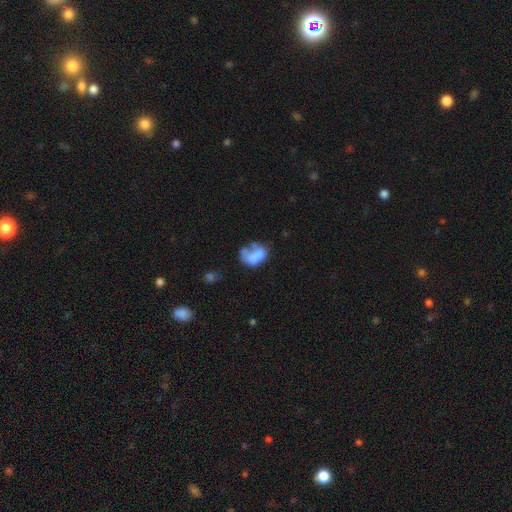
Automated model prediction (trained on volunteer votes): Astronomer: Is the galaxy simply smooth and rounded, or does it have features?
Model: smooth — 60%.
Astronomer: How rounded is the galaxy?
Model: in between — 77%.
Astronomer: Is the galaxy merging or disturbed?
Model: major disturbance — 29% (runner-up: merger, 27%).